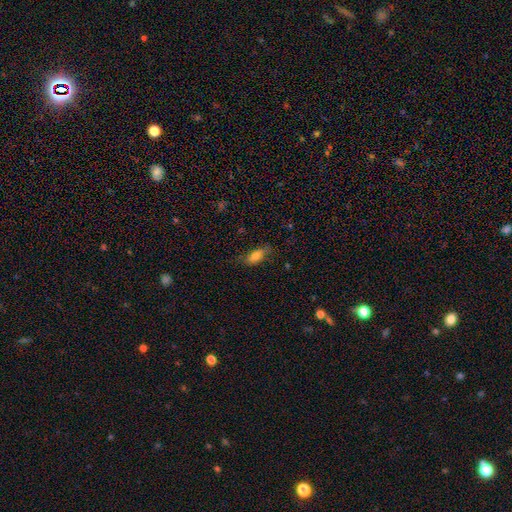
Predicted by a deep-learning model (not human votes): smooth-or-featured: smooth: 77% | featured or disk: 14% | star or artifact: 8%
  how-rounded: in between: 80% | cigar-shaped: 17% | round: 3%
  merging: none: 67% | minor disturbance: 24% | major disturbance: 8% | merger: 1%